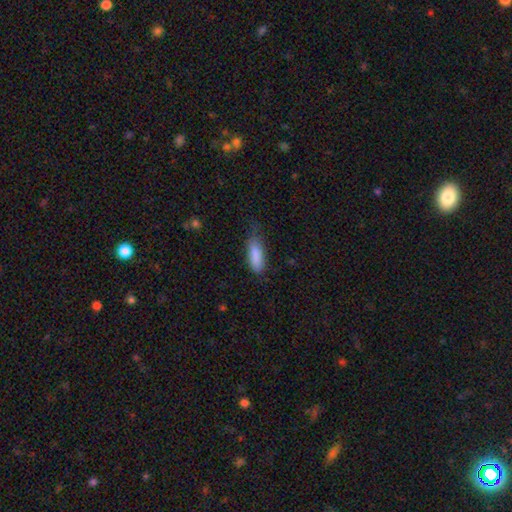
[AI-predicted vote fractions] A smooth galaxy with no disk features (87%) that is in between round and cigar-shaped (68%).

Vote fractions:
- Smooth or featured? smooth: 87% / featured or disk: 7% / star or artifact: 6%
- How rounded? in between: 68% / cigar-shaped: 30% / round: 2%
- Merging? none: 53% / minor disturbance: 35% / major disturbance: 11% / merger: 2%